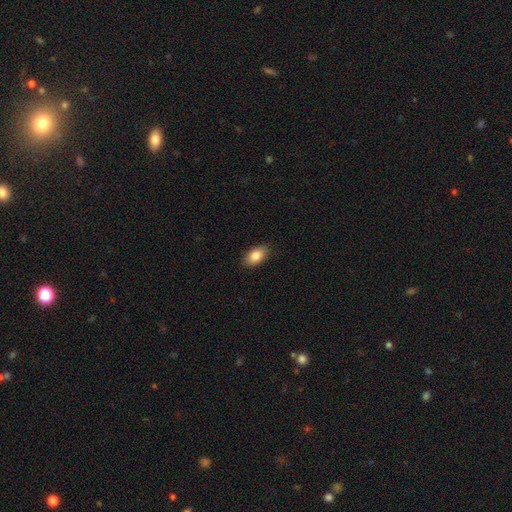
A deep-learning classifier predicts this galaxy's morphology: Overall: smooth (84%). How rounded: in between (92%). Merging: none (88%).